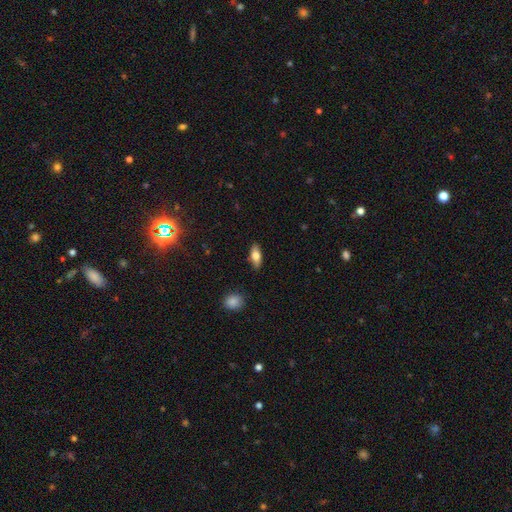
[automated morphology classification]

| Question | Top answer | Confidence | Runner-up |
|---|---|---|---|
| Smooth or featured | smooth | 75% | featured or disk (18%) |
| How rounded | in between | 80% | cigar-shaped (16%) |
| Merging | none | 85% | minor disturbance (11%) |